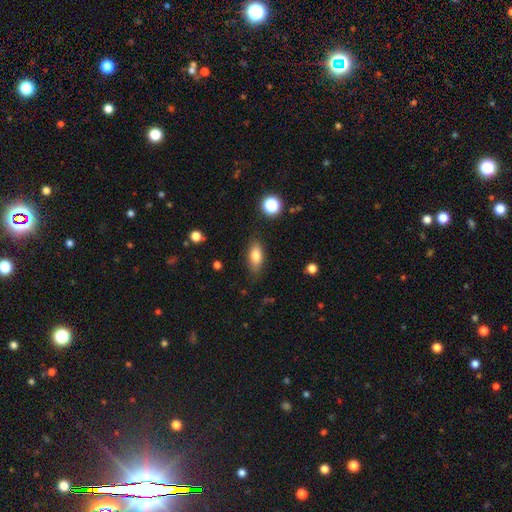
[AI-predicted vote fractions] The model was most divided on "smooth or featured": smooth: 79%, featured or disk: 12%, star or artifact: 8%. More confident: merging — none (83%); how rounded — in between (82%).